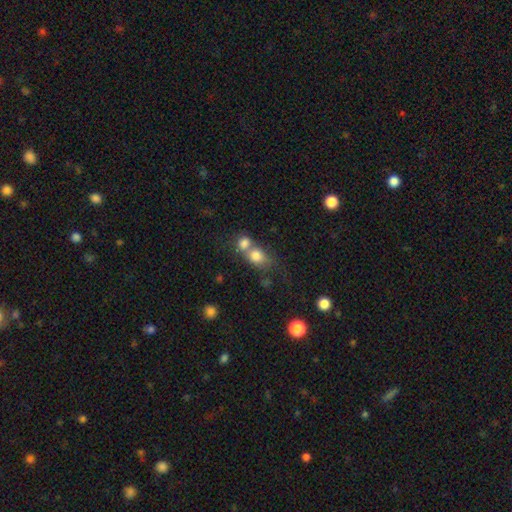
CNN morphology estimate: The model was most divided on "how rounded": round: 53%, in between: 45%, cigar-shaped: 2%. More confident: smooth or featured — smooth (78%); merging — merger (59%).